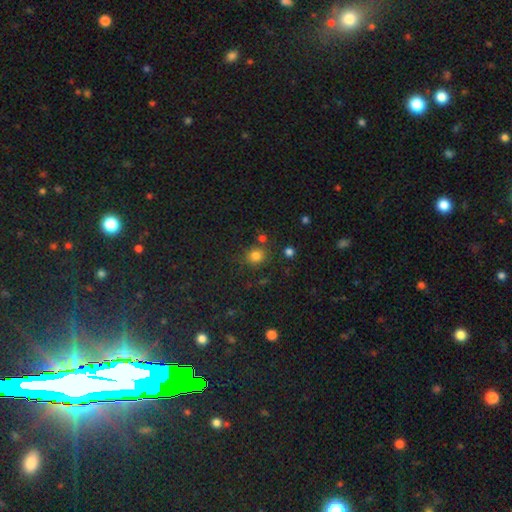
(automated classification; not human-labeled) smooth-or-featured: smooth: 78% | star or artifact: 16% | featured or disk: 6%
  how-rounded: round: 83% | in between: 17% | cigar-shaped: 1%
  merging: none: 74% | minor disturbance: 12% | merger: 9% | major disturbance: 4%